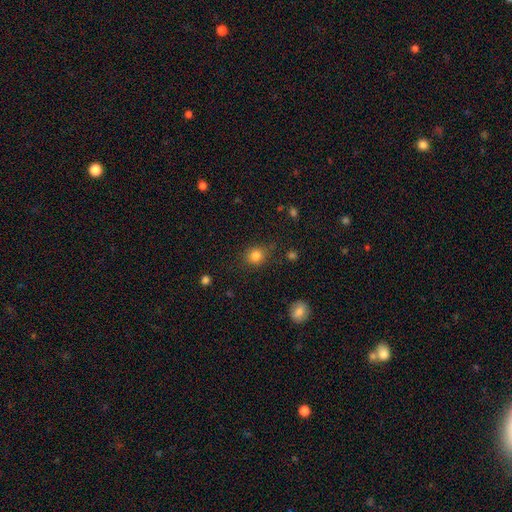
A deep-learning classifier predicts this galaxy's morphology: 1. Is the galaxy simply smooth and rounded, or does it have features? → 83% smooth, 12% star or artifact, 5% featured or disk.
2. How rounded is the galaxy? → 79% round, 19% in between, 1% cigar-shaped.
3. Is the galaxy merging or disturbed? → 77% none, 15% minor disturbance, 5% major disturbance, 2% merger.